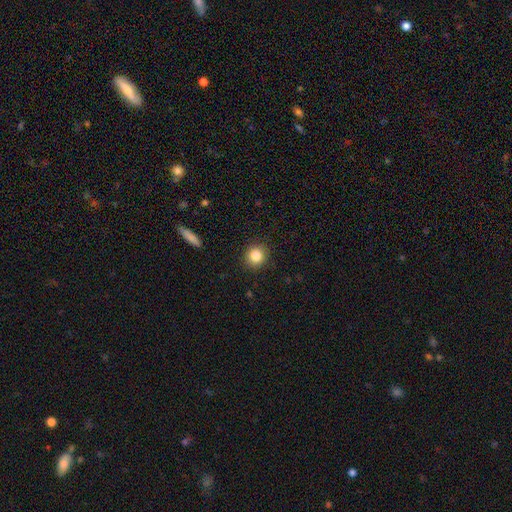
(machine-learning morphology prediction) This appears to be a smooth galaxy with no disk features (84%) that is round (89%). Merging: none (91%).